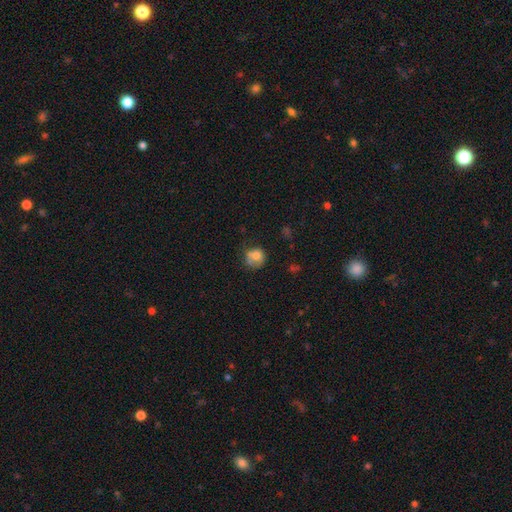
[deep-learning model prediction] The model was most divided on "merging": none: 45%, minor disturbance: 26%, merger: 17%, major disturbance: 13%. More confident: how rounded — round (78%); smooth or featured — smooth (70%).